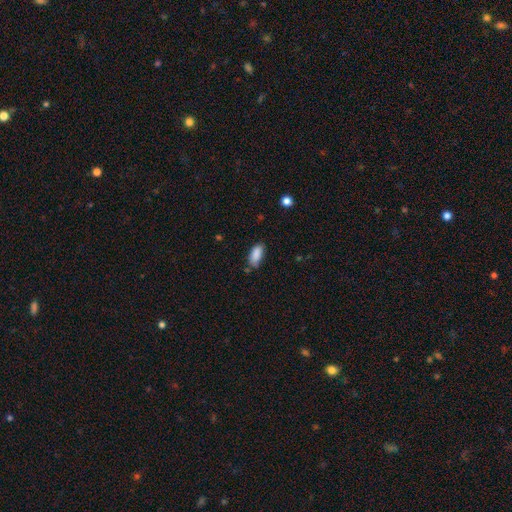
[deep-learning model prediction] Q: Smooth or featured?
A: smooth (88%); runner-up: star or artifact (7%)
Q: How rounded?
A: in between (89%); runner-up: cigar-shaped (9%)
Q: Merging?
A: none (70%); runner-up: minor disturbance (23%)